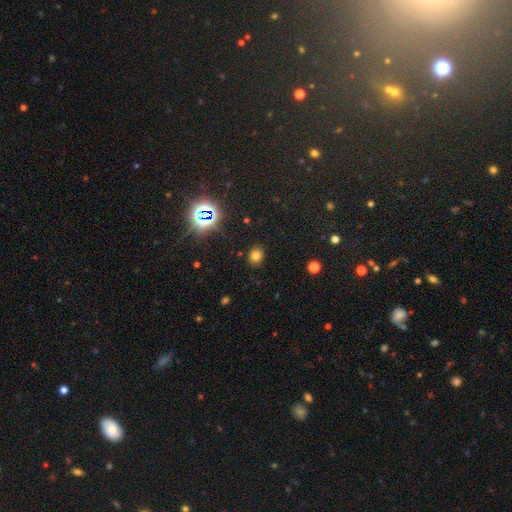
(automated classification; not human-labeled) The model was most divided on "how rounded": round: 64%, in between: 35%, cigar-shaped: 1%. More confident: merging — none (88%); smooth or featured — smooth (71%).